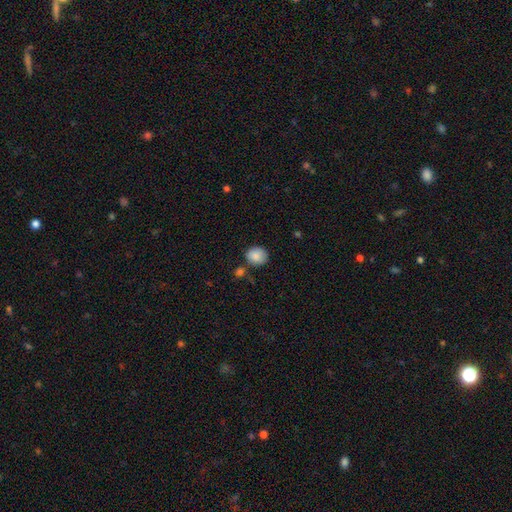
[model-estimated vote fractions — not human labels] Morphology: type=smooth (88%); roundness=round (69%); merging=none (70%).